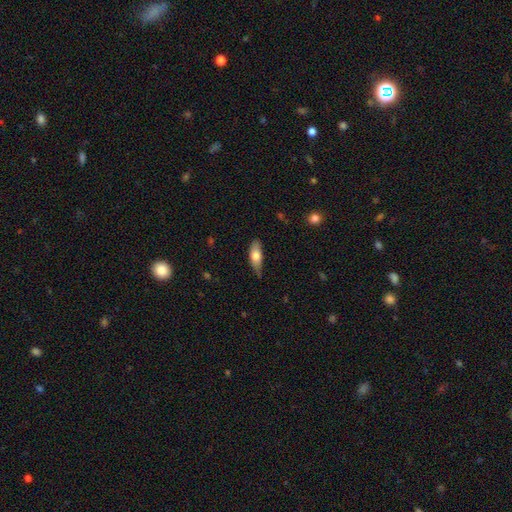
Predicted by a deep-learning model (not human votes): smooth_or_featured: smooth (p=0.69) [alt: featured or disk p=0.24]
how_rounded: in between (p=0.68) [alt: cigar-shaped p=0.29]
merging: none (p=0.59) [alt: minor disturbance p=0.33]